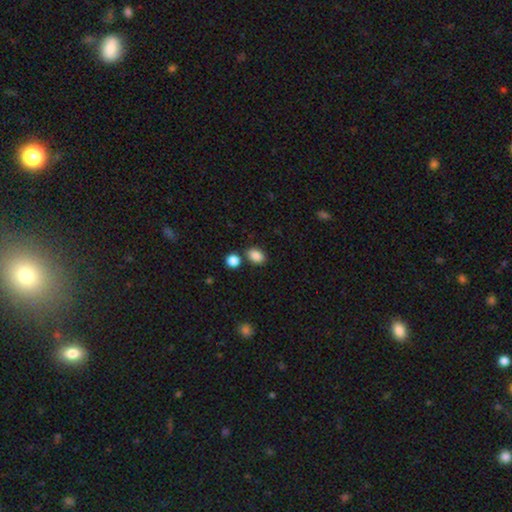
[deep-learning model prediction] Smooth or featured: smooth — 87% (star or artifact — 9%)
How rounded: in between — 74% (round — 25%)
Merging: none — 79% (minor disturbance — 10%)